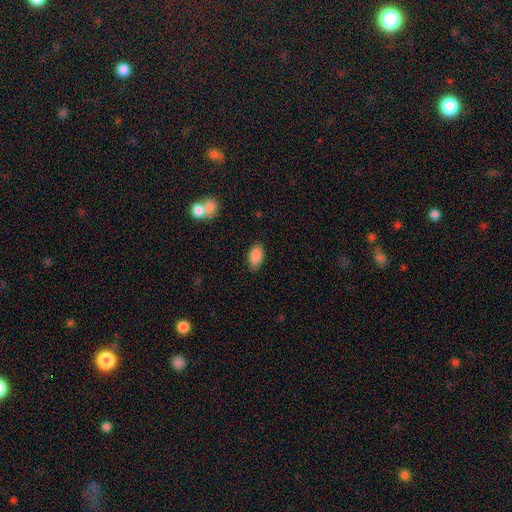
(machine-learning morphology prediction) Overall: smooth (88%). How rounded: in between (92%). Merging: none (81%).